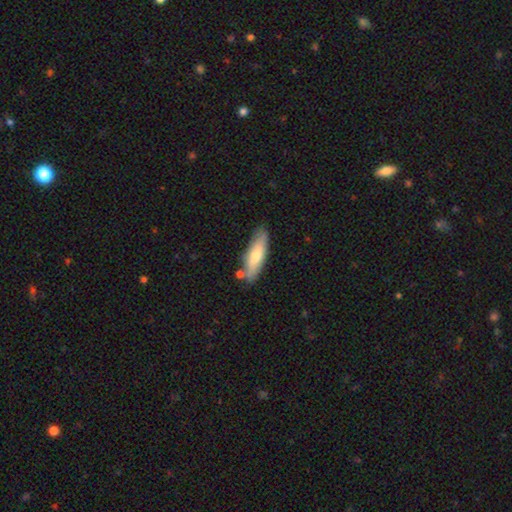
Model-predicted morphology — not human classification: Smooth or featured? smooth (66%)
How rounded? cigar-shaped (59%)
Merging? none (75%)